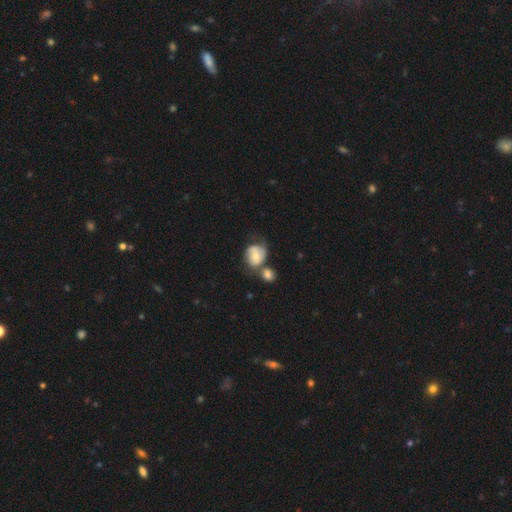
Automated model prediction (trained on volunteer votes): This is possibly a smooth galaxy (48%). Merging: marginally merger (36%).